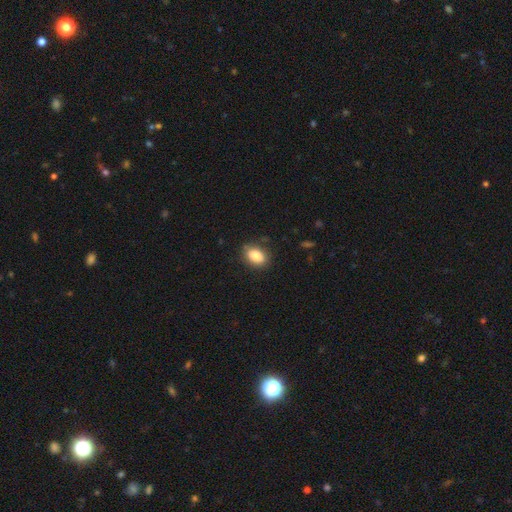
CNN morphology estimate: This appears to be a smooth galaxy with no disk features (85%) that is in between round and cigar-shaped (80%). Merging: none (83%).